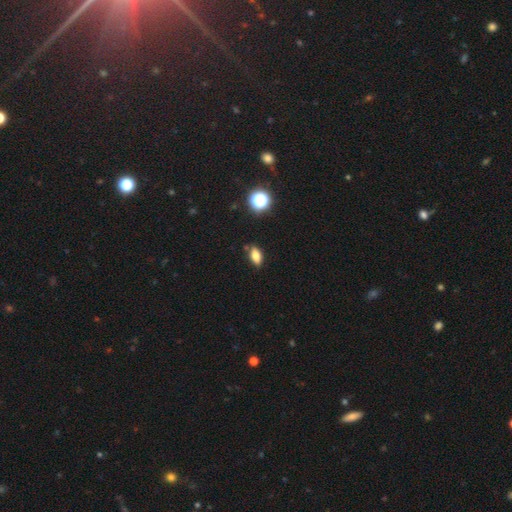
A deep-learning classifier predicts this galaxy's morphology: smooth-or-featured: smooth: 76% | featured or disk: 12% | star or artifact: 12%
  how-rounded: in between: 83% | cigar-shaped: 10% | round: 7%
  merging: none: 81% | minor disturbance: 13% | merger: 3% | major disturbance: 3%